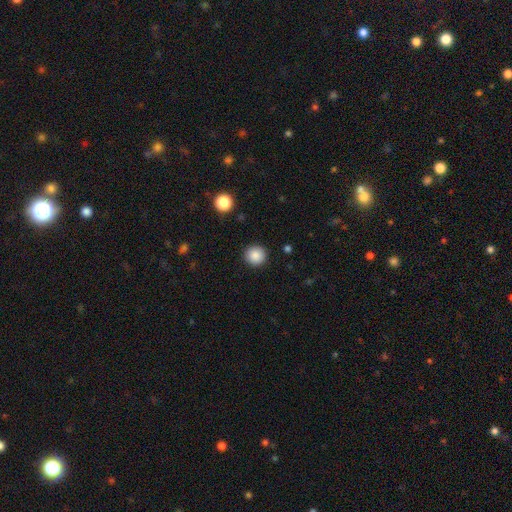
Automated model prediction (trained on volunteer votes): Morphology: type=smooth (87%); roundness=round (94%); merging=none (91%).